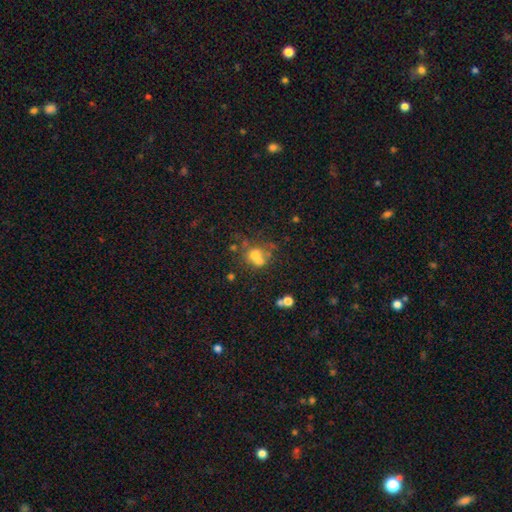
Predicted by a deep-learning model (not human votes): Smooth or featured: smooth — 62% (featured or disk — 22%)
How rounded: round — 72% (in between — 26%)
Merging: merger — 42% (none — 36%)